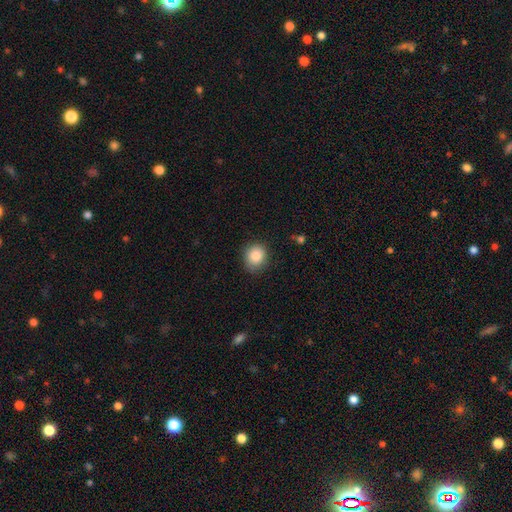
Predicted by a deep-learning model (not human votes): smooth 86%, star or artifact 9%, featured or disk 5%. Down the decision tree: how rounded — round (76%); merging — none (83%).